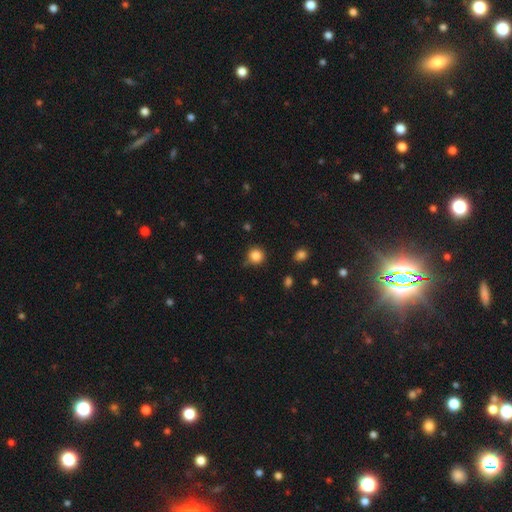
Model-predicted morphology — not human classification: Overall: smooth (85%). How rounded: round (94%). Merging: none (82%).